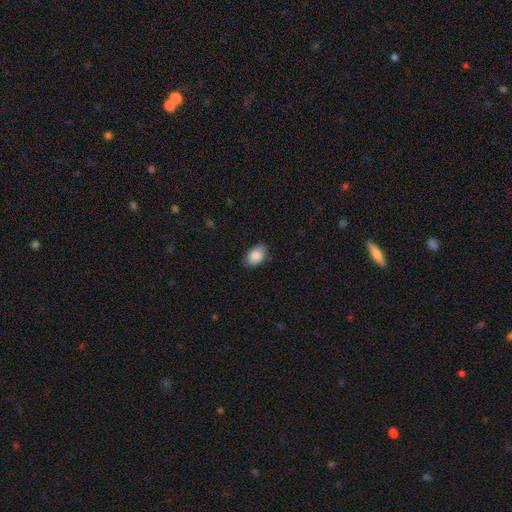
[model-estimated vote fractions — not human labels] A smooth galaxy with no disk features (88%) that is in between round and cigar-shaped (88%). Merging: none (85%).